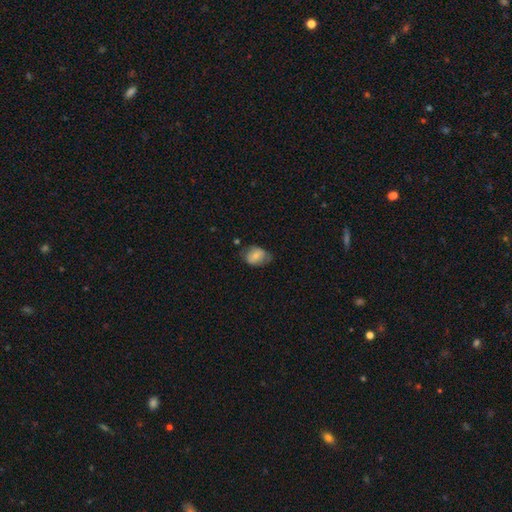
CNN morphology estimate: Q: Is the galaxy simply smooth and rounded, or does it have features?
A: smooth — 73%.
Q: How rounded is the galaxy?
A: in between — 63%.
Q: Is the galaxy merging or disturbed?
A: none — 56%.